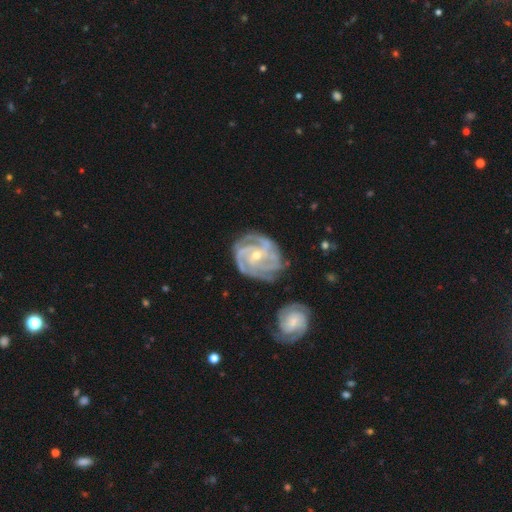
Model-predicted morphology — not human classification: This is clearly a featured or disk galaxy (92%). It is clearly not viewed edge-on (98%). Bar: possibly no (50%). Spiral arm pattern: clearly yes (98%). Spiral arm count: marginally 3 (39%). Spiral winding: likely tight (71%). Central bulge: likely small (60%). Merging: likely none (73%).